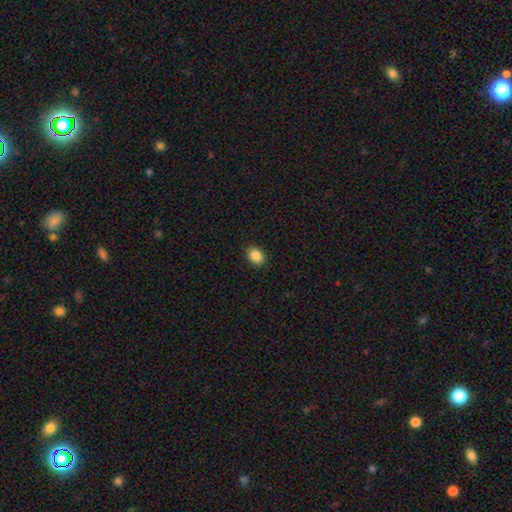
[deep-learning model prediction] smooth_or_featured: smooth (p=0.87) [alt: star or artifact p=0.09]
how_rounded: in between (p=0.63) [alt: round p=0.36]
merging: none (p=0.90) [alt: minor disturbance p=0.08]